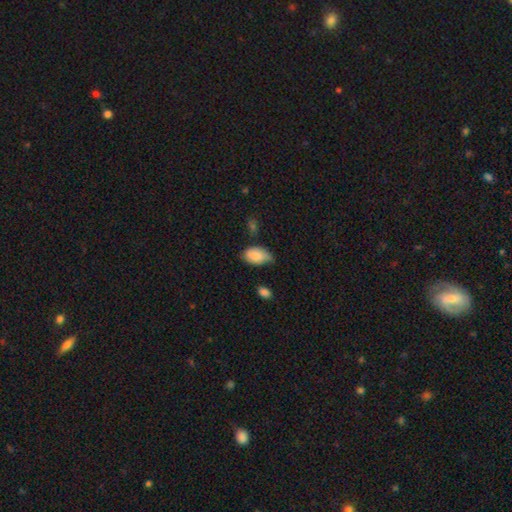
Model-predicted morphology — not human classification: This appears to be a smooth galaxy with no disk features (79%) that is in between round and cigar-shaped (91%). Merging: minor disturbance (46%).